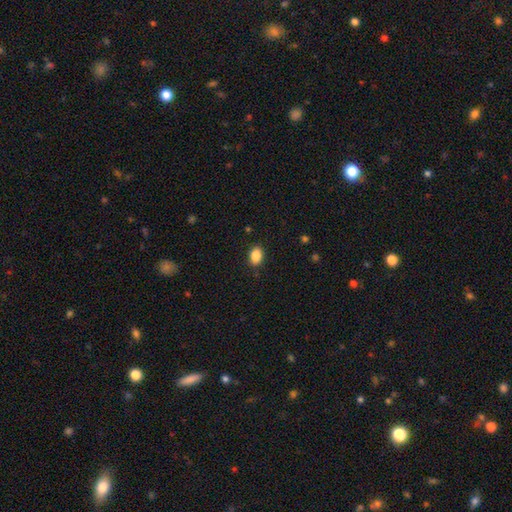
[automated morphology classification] This is clearly a smooth galaxy (87%). How rounded: clearly in between (81%). Merging: clearly none (87%).